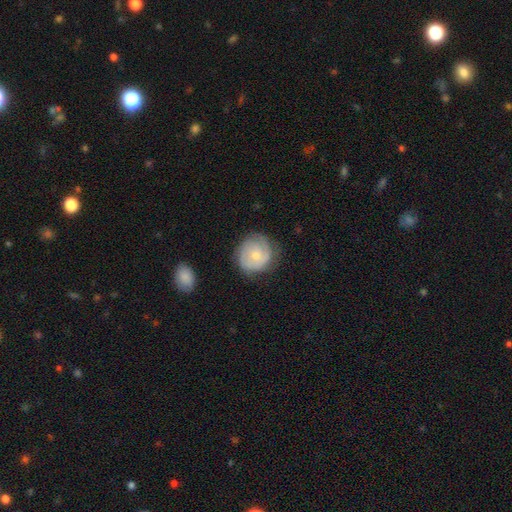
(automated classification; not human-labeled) Smooth or featured?
  - featured or disk: 53% *
  - smooth: 40%
  - star or artifact: 6%
Edge-on disk?
  - no: 98% *
  - yes: 2%
Bar?
  - no: 79% *
  - weak: 18%
  - strong: 3%
Spiral arms?
  - yes: 80% *
  - no: 20%
Bulge size?
  - small: 55% *
  - moderate: 40%
  - large: 2%
  - none: 2%
  - dominant: 1%
Merging?
  - none: 72% *
  - minor disturbance: 20%
  - major disturbance: 7%
  - merger: 1%